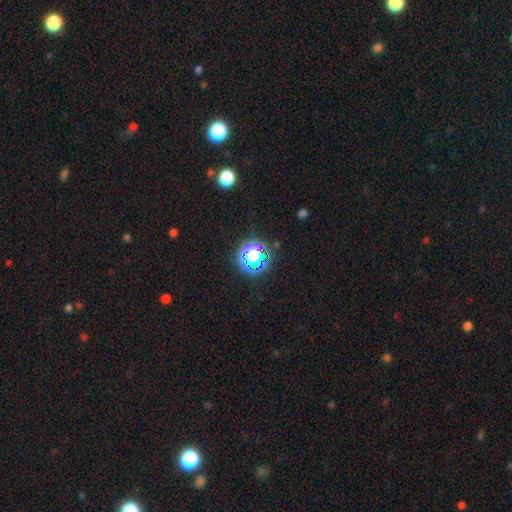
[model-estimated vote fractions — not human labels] Smooth or featured: star or artifact — 56% (smooth — 32%)